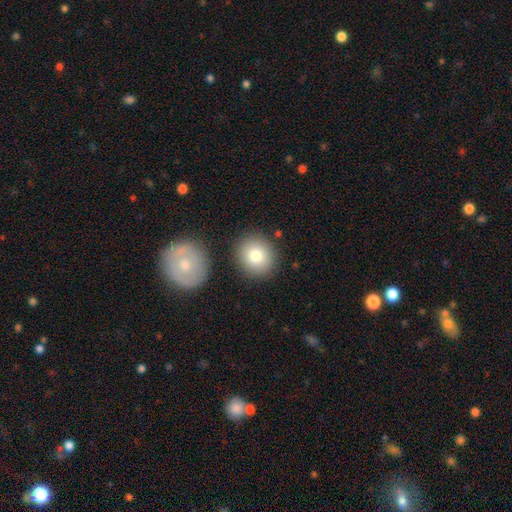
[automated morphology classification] smooth 81%, featured or disk 11%, star or artifact 9%. Down the decision tree: how rounded — round (82%); merging — none (84%).